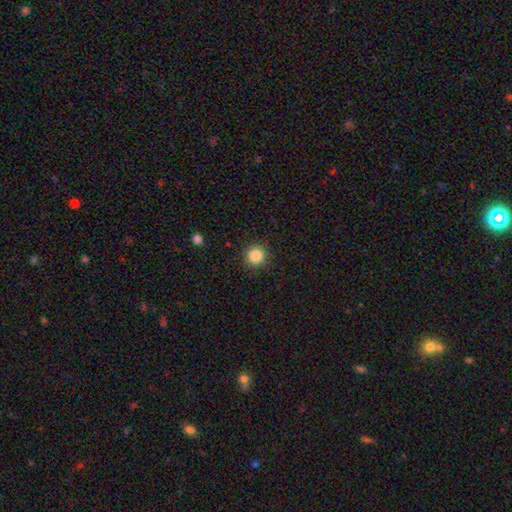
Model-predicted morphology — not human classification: This appears to be a smooth galaxy with no disk features (86%) that is round (95%). Merging: none (91%).